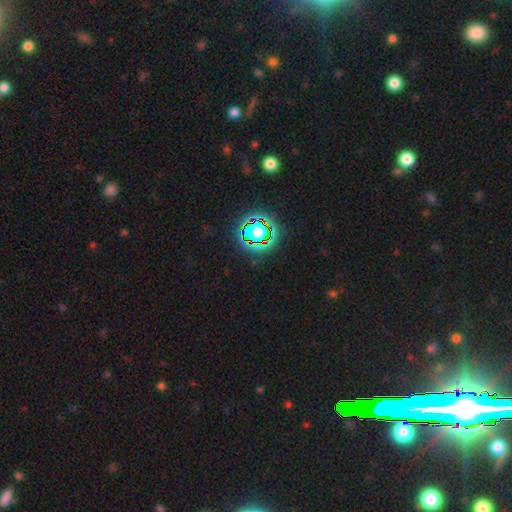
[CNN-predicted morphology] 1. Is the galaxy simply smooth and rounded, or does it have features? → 78% star or artifact, 13% smooth, 9% featured or disk.